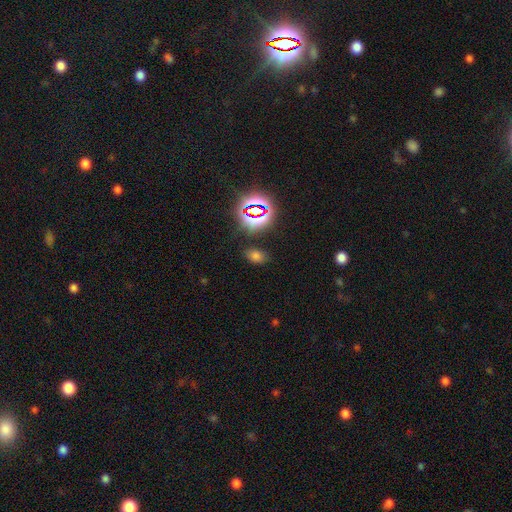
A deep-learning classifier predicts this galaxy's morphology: This is likely a smooth galaxy (63%). How rounded: clearly in between (81%). Merging: clearly none (81%).